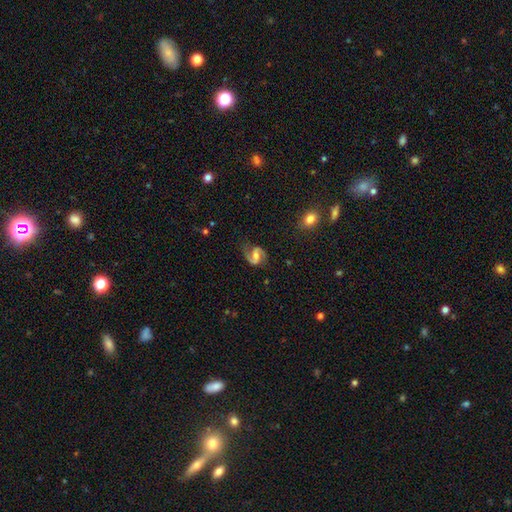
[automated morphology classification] smooth-or-featured: featured or disk: 88% | smooth: 7% | star or artifact: 5%
  disk-edge-on: no: 98% | yes: 2%
    bar: weak: 49% | no: 28% | strong: 23%
    has-spiral-arms: yes: 97% | no: 3%
      spiral-winding: medium: 52% | loose: 36% | tight: 12%
      spiral-arm-count: 2: 92% | 1: 4% | can't tell: 2% | 3: 1% | 4: 1% | more than 4: 1%
    bulge-size: moderate: 53% | small: 35% | none: 6% | large: 5% | dominant: 1%
  merging: none: 76% | minor disturbance: 15% | major disturbance: 7% | merger: 2%